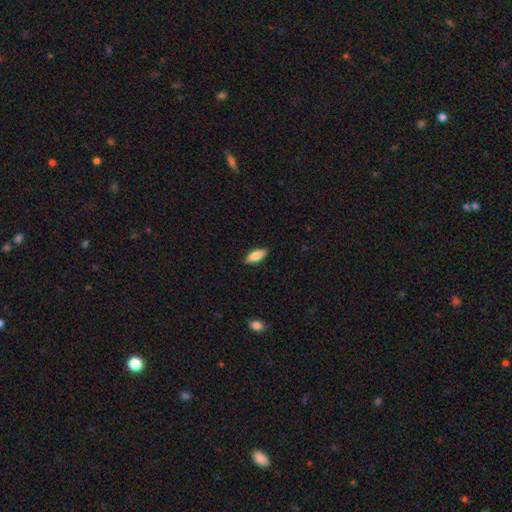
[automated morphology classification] Smooth or featured: smooth — 79% (featured or disk — 14%)
How rounded: in between — 74% (cigar-shaped — 24%)
Merging: none — 87% (minor disturbance — 10%)